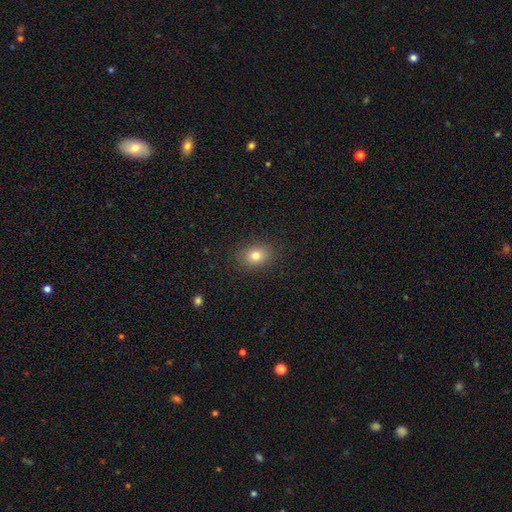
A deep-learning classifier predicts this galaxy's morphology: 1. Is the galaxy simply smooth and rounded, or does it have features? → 80% smooth, 11% star or artifact, 8% featured or disk.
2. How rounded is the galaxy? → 58% in between, 41% round, 1% cigar-shaped.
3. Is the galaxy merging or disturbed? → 87% none, 9% minor disturbance, 3% major disturbance, 1% merger.